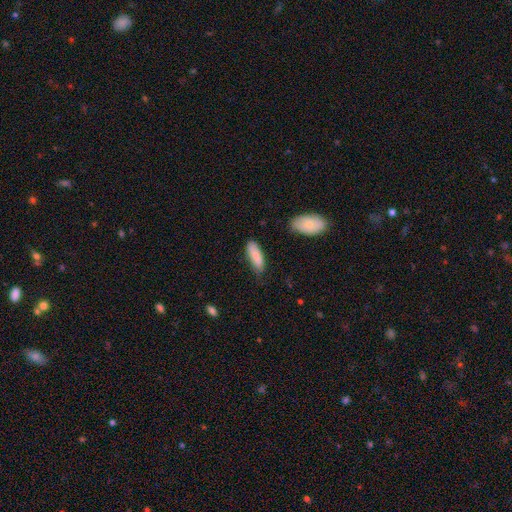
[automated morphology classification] A smooth galaxy with no disk features (86%) that is in between round and cigar-shaped (56%). Merging: none (67%).